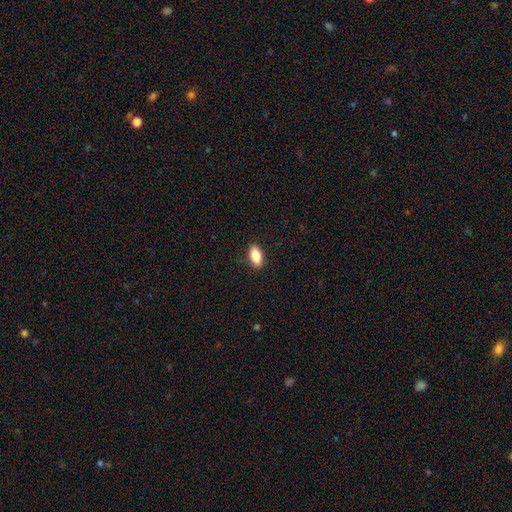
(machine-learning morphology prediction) Overall: smooth (82%). How rounded: in between (87%). Merging: none (89%).